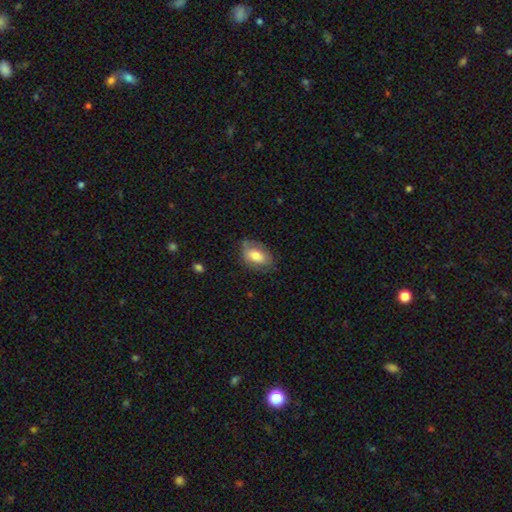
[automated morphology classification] This is likely a smooth galaxy (70%). How rounded: clearly in between (89%). Merging: likely none (66%).